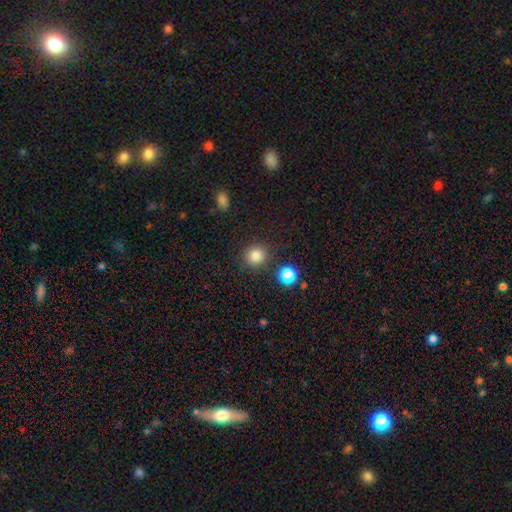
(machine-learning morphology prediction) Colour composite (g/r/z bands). It shows a smooth galaxy with no disk features (83%) that is round (91%). Merging: none (86%).